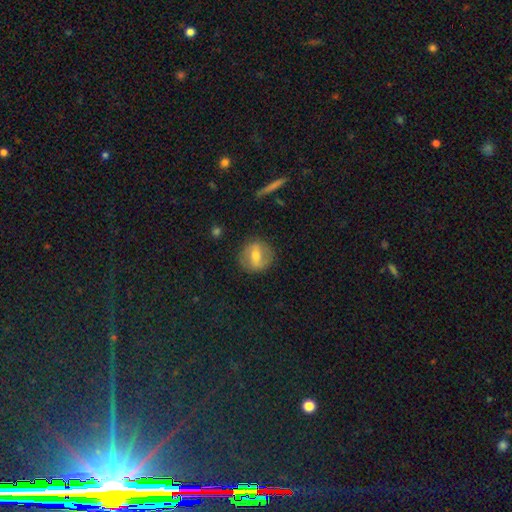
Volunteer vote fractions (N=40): This appears to be a featured or disk galaxy (57%) with a strong bar (67%), no spiral arms (81%) and a moderate central bulge (52%). Merging: none (68%).